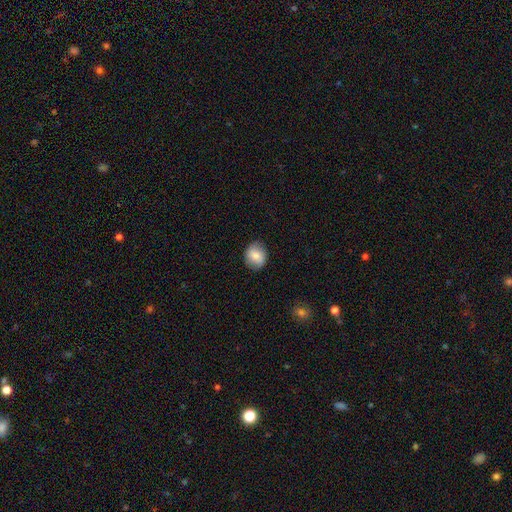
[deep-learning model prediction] Q: Smooth or featured?
A: smooth (78%); runner-up: featured or disk (14%)
Q: How rounded?
A: round (69%); runner-up: in between (30%)
Q: Merging?
A: none (85%); runner-up: minor disturbance (12%)